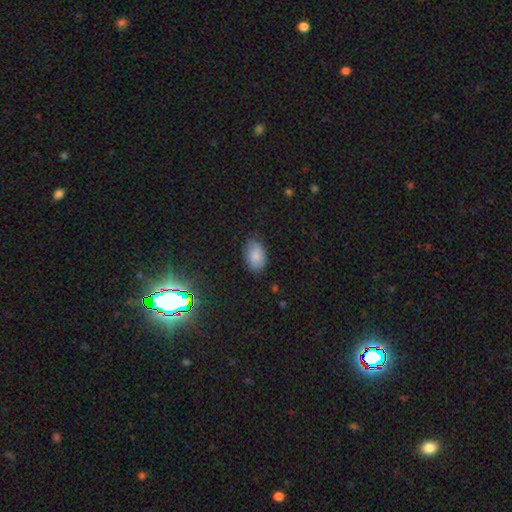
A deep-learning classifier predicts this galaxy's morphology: type=smooth (82%); roundness=in between (87%); merging=none (76%).